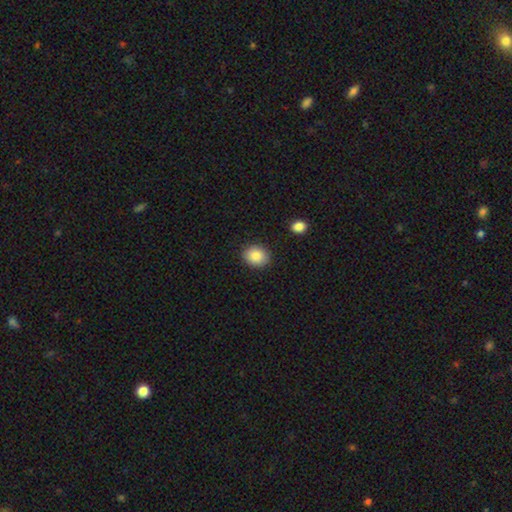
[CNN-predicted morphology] smooth_or_featured: smooth (p=0.86) [alt: star or artifact p=0.08]
how_rounded: round (p=0.60) [alt: in between p=0.39]
merging: none (p=0.89) [alt: minor disturbance p=0.08]